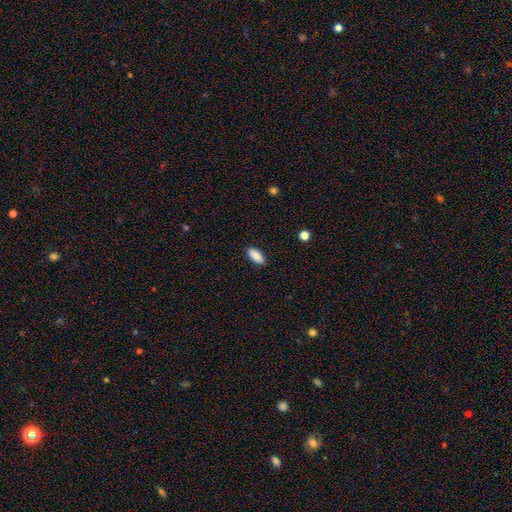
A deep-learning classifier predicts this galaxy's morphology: Smooth or featured: smooth — 89% (star or artifact — 7%)
How rounded: in between — 83% (cigar-shaped — 15%)
Merging: none — 89% (minor disturbance — 8%)